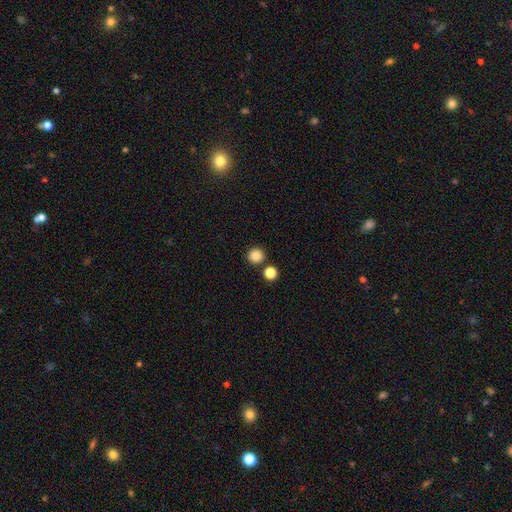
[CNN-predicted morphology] The model was most divided on "smooth or featured": smooth: 85%, star or artifact: 11%, featured or disk: 3%. More confident: how rounded — round (94%); merging — none (84%).